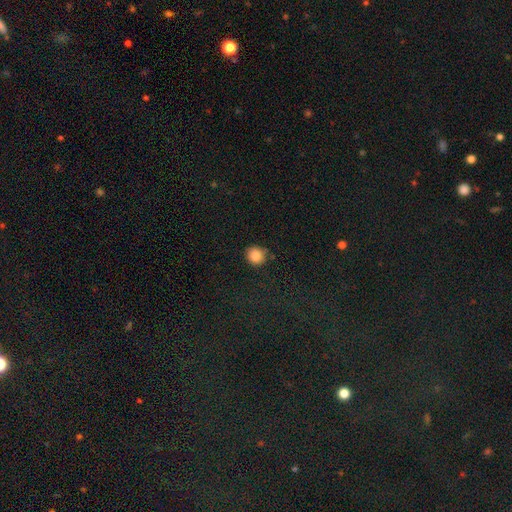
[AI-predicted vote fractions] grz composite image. It shows a smooth galaxy with no disk features (85%) that is round (89%). Merging: none (79%).